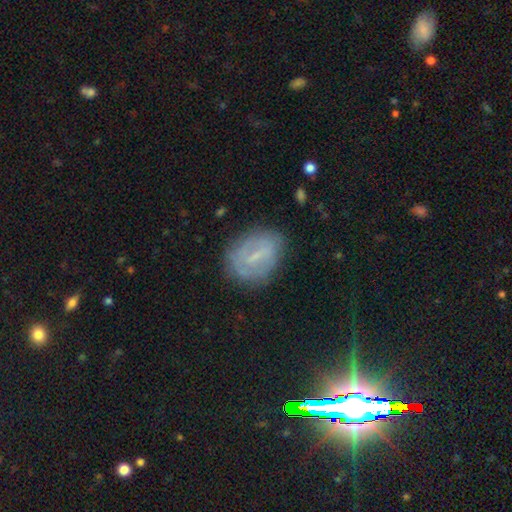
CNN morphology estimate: Smooth or featured?
  - featured or disk: 55% *
  - smooth: 34%
  - star or artifact: 11%
Edge-on disk?
  - no: 94% *
  - yes: 6%
Bar?
  - weak: 48% *
  - strong: 33%
  - no: 19%
Spiral arms?
  - yes: 53% *
  - no: 47%
Bulge size?
  - small: 56% *
  - none: 24%
  - moderate: 19%
  - large: 1%
  - dominant: 1%
Merging?
  - none: 75% *
  - minor disturbance: 17%
  - major disturbance: 6%
  - merger: 2%